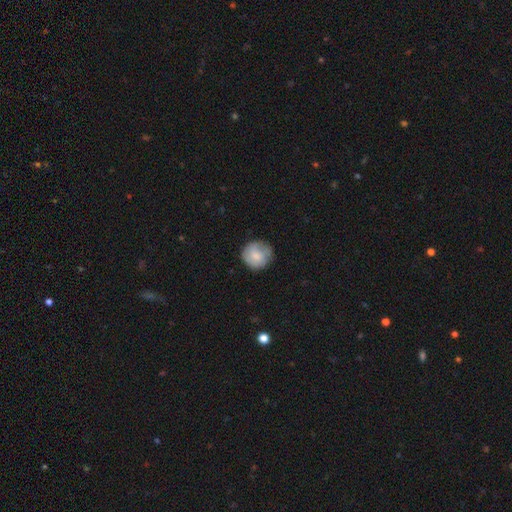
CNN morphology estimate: A smooth galaxy with no disk features (74%) that is round (90%). Merging: none (76%).